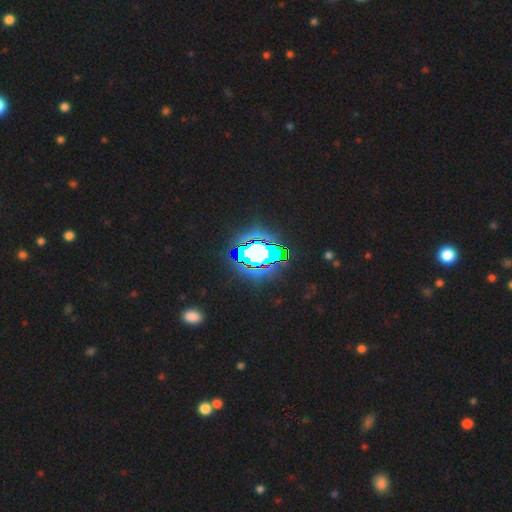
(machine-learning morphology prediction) Smooth or featured? star or artifact (78%)